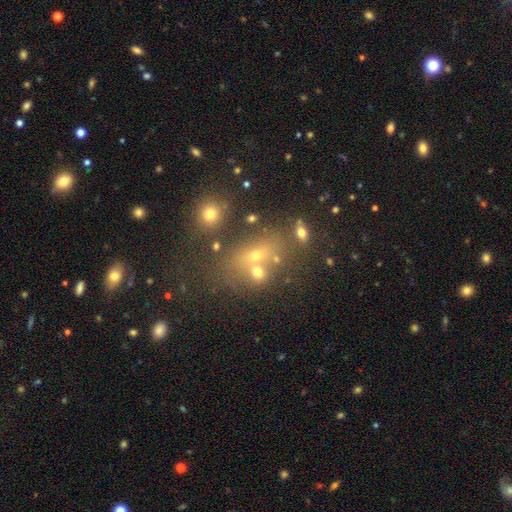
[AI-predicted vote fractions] This appears to be a smooth galaxy with no disk features (51%) that is in between round and cigar-shaped (54%). Merging: none (46%).